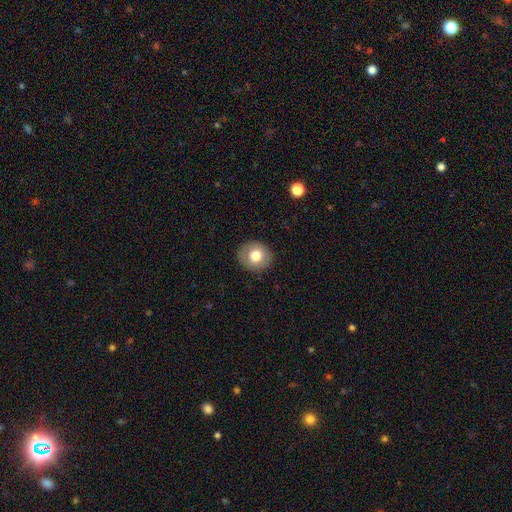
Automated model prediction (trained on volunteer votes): Morphology: type=smooth (75%); roundness=round (77%); merging=none (89%).